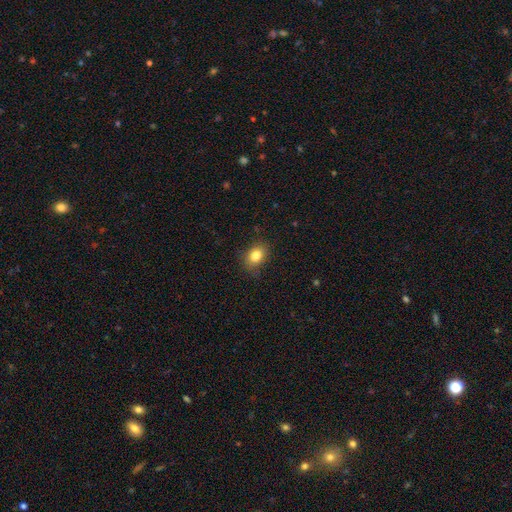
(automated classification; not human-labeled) Morphology: type=smooth (83%); roundness=in between (66%); merging=none (82%).